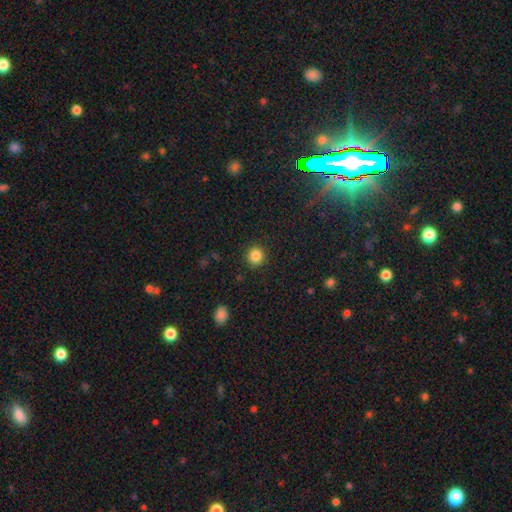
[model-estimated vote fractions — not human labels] smooth_or_featured: smooth (p=0.85) [alt: star or artifact p=0.11]
how_rounded: round (p=0.89) [alt: in between p=0.10]
merging: none (p=0.90) [alt: minor disturbance p=0.07]